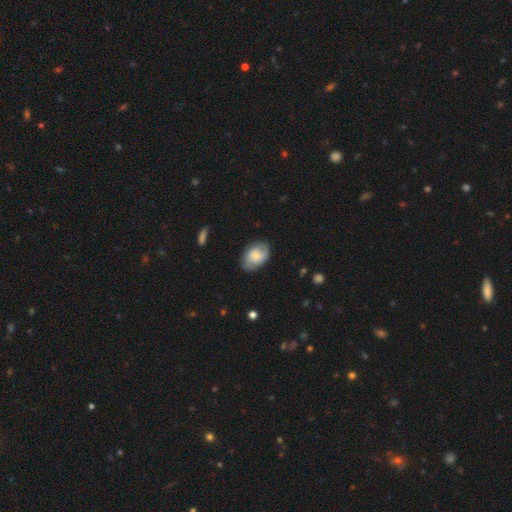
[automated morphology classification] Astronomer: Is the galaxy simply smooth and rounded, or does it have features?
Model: smooth — 51% (runner-up: featured or disk, 42%).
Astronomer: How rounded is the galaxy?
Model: in between — 81%.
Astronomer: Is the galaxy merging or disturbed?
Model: none — 76%.